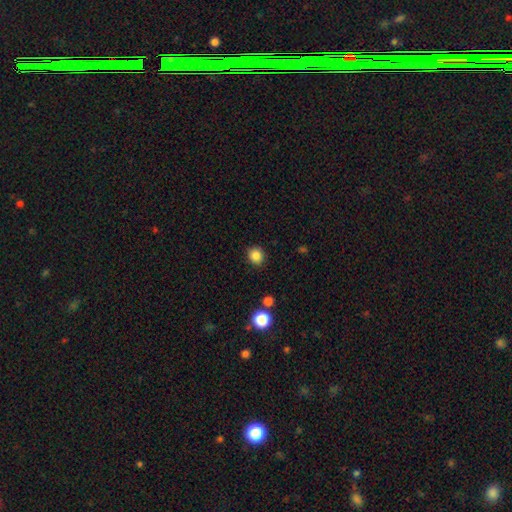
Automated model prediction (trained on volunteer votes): smooth_or_featured: smooth (p=0.85) [alt: star or artifact p=0.11]
how_rounded: round (p=0.84) [alt: in between p=0.15]
merging: none (p=0.89) [alt: minor disturbance p=0.07]